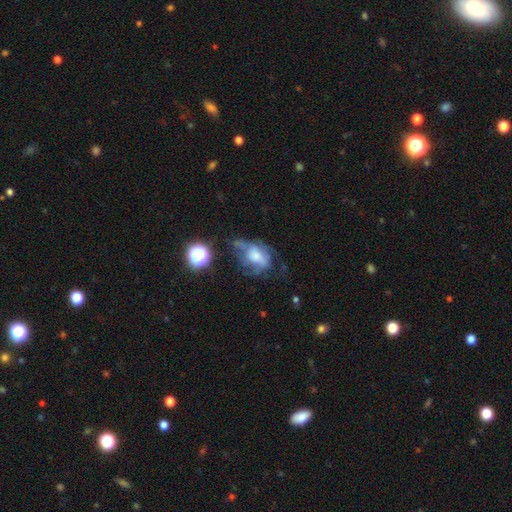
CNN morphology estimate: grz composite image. It shows a featured or disk galaxy (48%). Merging: major disturbance (40%).